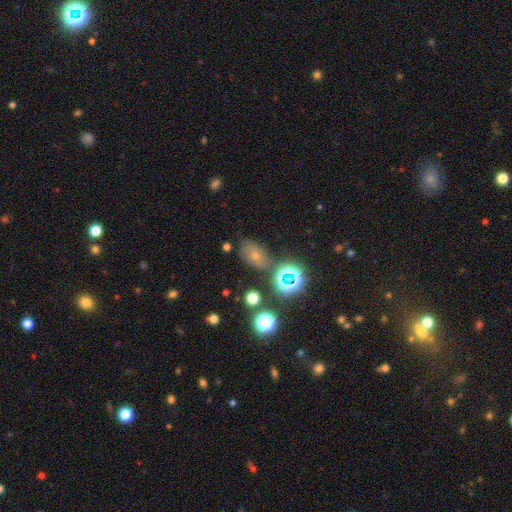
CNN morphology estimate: smooth_or_featured: smooth (p=0.53) [alt: star or artifact p=0.27]
how_rounded: in between (p=0.75) [alt: round p=0.23]
merging: none (p=0.64) [alt: minor disturbance p=0.22]